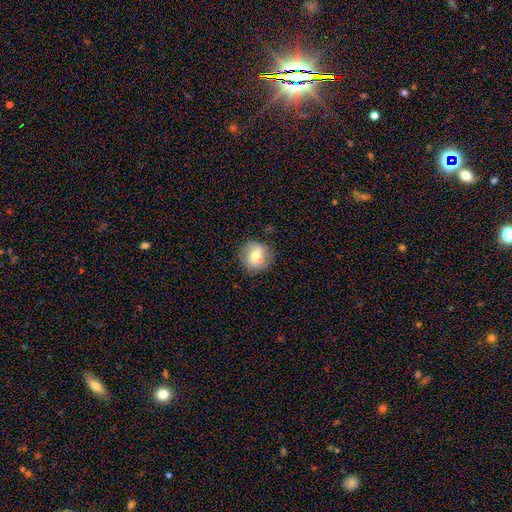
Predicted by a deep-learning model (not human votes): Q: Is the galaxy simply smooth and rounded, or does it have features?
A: smooth — 59%.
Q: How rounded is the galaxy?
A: round — 90%.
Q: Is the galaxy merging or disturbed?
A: none — 77%.